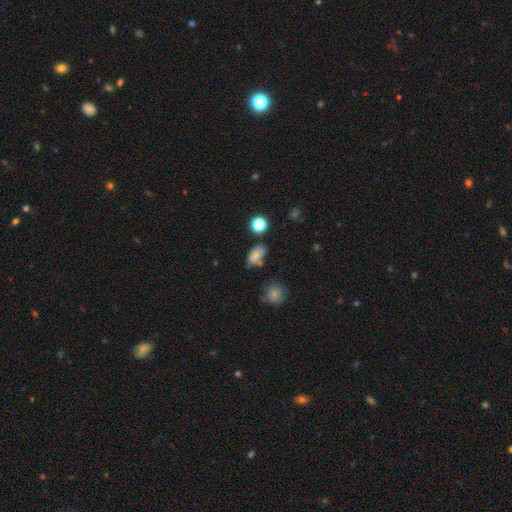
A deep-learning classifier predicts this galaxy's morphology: A smooth galaxy with no disk features (77%) that is in between round and cigar-shaped (84%). Merging: none (60%).